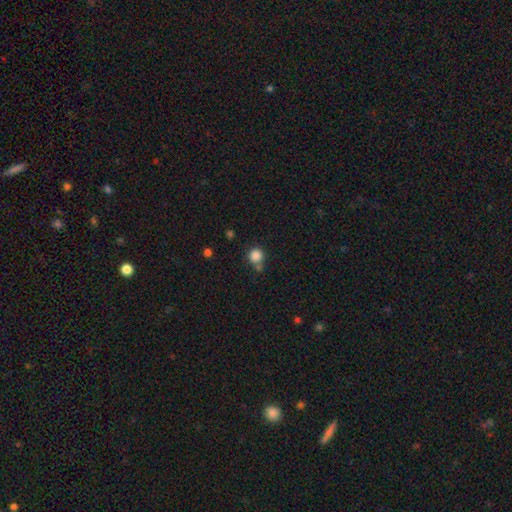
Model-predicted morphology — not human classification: A smooth galaxy with no disk features (85%) that is round (91%).

Vote fractions:
- Smooth or featured? smooth: 85% / star or artifact: 11% / featured or disk: 4%
- How rounded? round: 91% / in between: 8% / cigar-shaped: 1%
- Merging? none: 61% / merger: 19% / minor disturbance: 15% / major disturbance: 5%